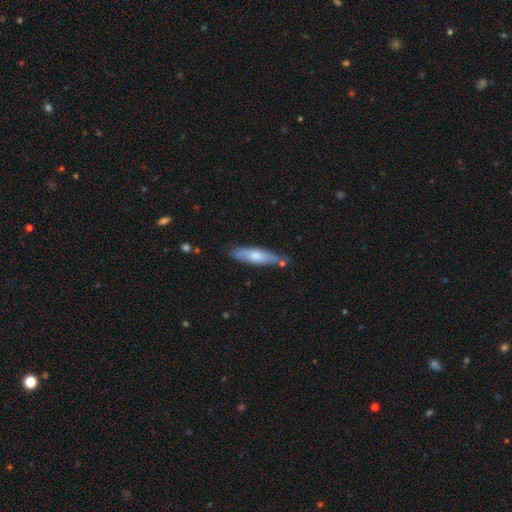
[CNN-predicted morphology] Q: Smooth or featured?
A: smooth (62%); runner-up: featured or disk (33%)
Q: How rounded?
A: cigar-shaped (68%); runner-up: in between (30%)
Q: Merging?
A: none (70%); runner-up: minor disturbance (19%)